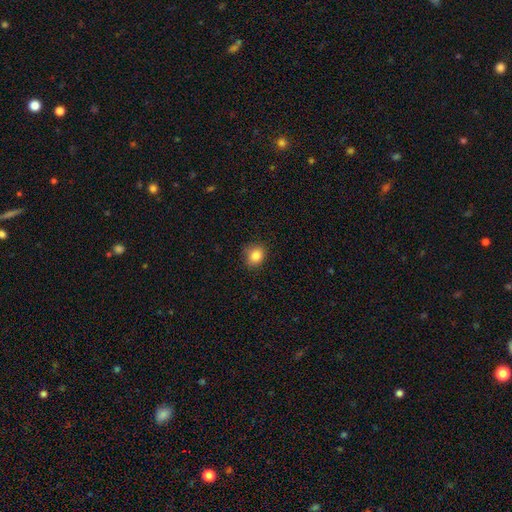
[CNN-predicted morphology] A smooth galaxy with no disk features (85%) that is round (68%).

Vote fractions:
- Smooth or featured? smooth: 85% / star or artifact: 10% / featured or disk: 5%
- How rounded? round: 68% / in between: 31% / cigar-shaped: 1%
- Merging? none: 82% / minor disturbance: 14% / major disturbance: 3% / merger: 1%